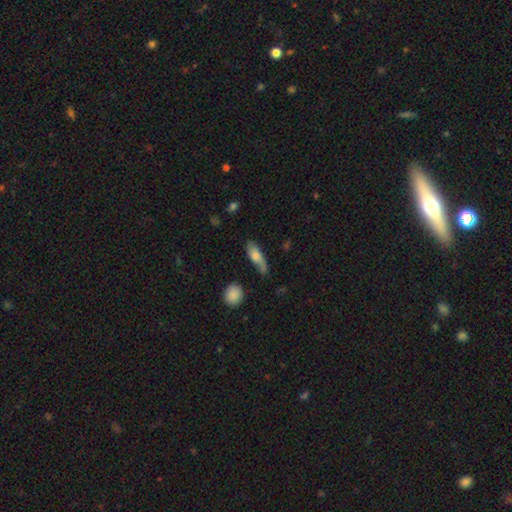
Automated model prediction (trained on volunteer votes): Smooth or featured? Predicted: smooth (p=0.65). How rounded? Predicted: in between (p=0.62). Merging? Predicted: none (p=0.50).